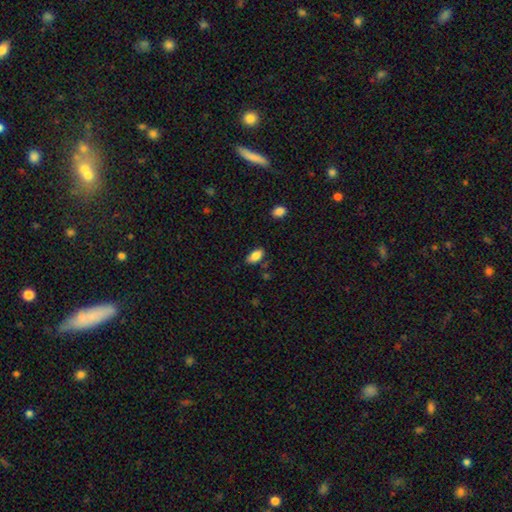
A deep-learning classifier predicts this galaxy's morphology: A smooth galaxy with no disk features (84%) that is in between round and cigar-shaped (92%). Merging: none (76%).